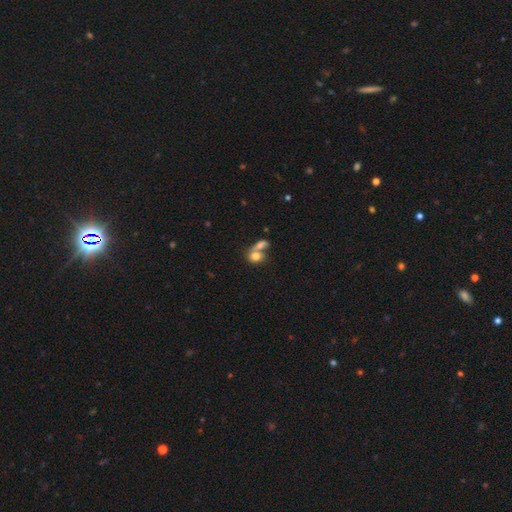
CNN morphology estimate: Overall: smooth (76%). How rounded: round (53%; in between 45%). Merging: merger (65%).